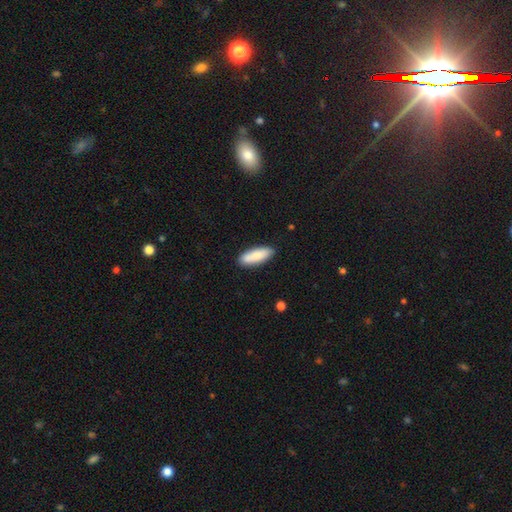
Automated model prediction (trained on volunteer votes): Smooth or featured? smooth (84%)
How rounded? in between (62%)
Merging? none (85%)